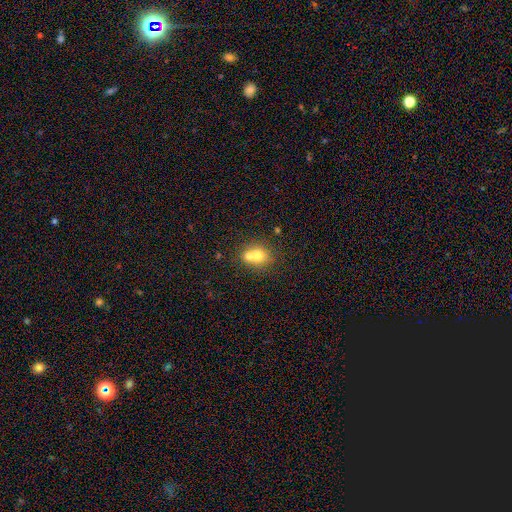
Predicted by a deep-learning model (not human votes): Overall: smooth (69%). How rounded: round (71%). Merging: merger (57%; none 33%).